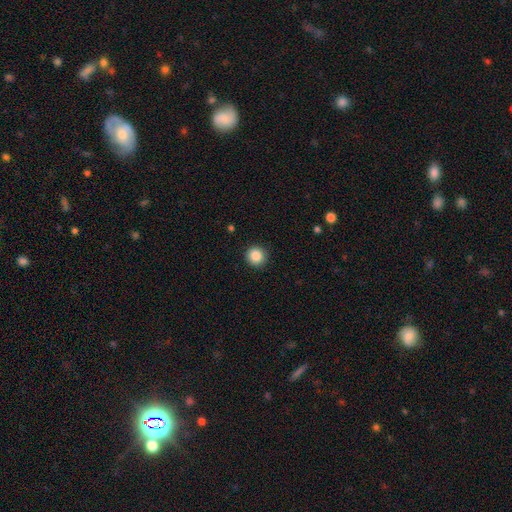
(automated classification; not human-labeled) Smooth or featured? Predicted: smooth (p=0.87). How rounded? Predicted: round (p=0.94). Merging? Predicted: none (p=0.91).